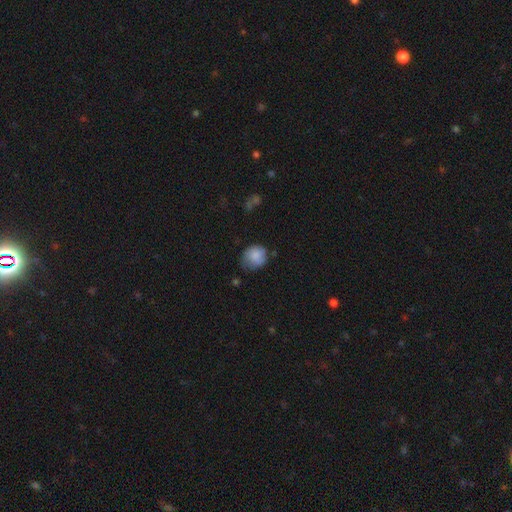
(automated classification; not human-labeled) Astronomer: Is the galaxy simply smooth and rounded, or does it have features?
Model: smooth — 82%.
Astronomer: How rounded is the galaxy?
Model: round — 75%.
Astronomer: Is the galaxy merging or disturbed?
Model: none — 55% (runner-up: minor disturbance, 33%).